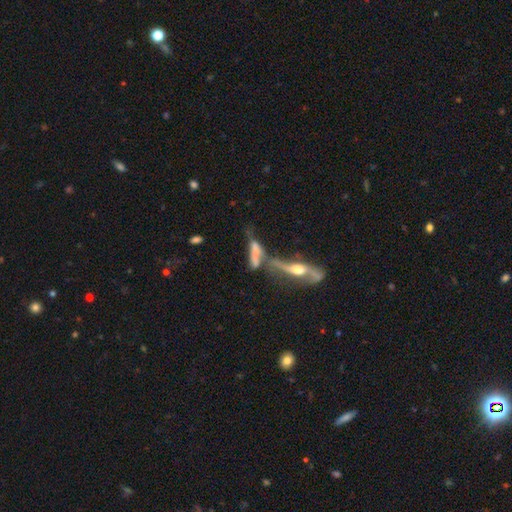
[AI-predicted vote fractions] smooth-or-featured: featured or disk: 47% | smooth: 43% | star or artifact: 11%
  merging: merger: 65% | none: 15% | major disturbance: 11% | minor disturbance: 9%